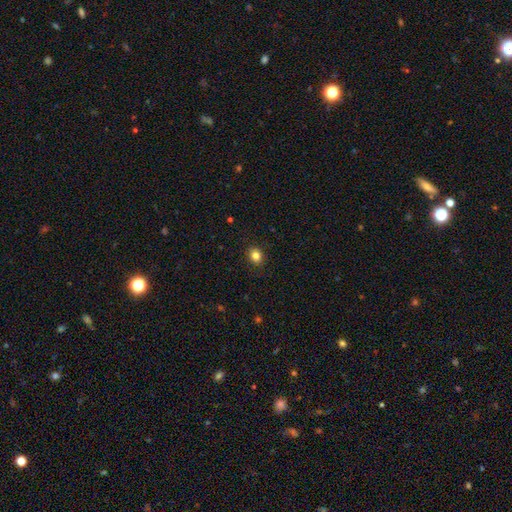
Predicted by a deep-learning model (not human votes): smooth 84%, star or artifact 11%, featured or disk 5%. Down the decision tree: how rounded — round (60%); merging — none (90%).